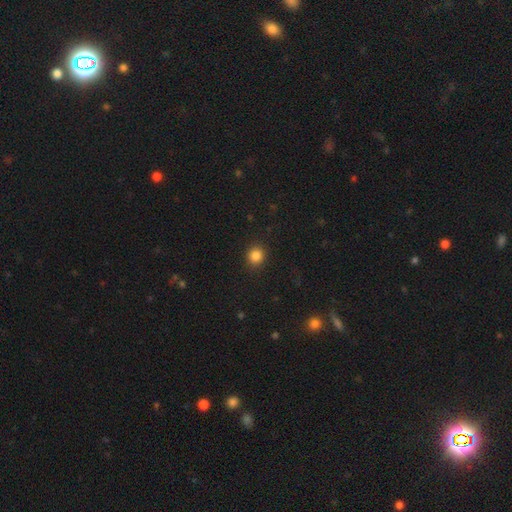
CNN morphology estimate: smooth 85%, star or artifact 11%, featured or disk 4%. Down the decision tree: how rounded — round (88%); merging — none (91%).